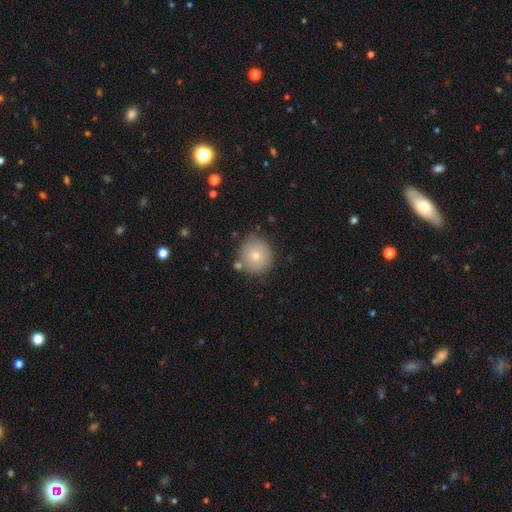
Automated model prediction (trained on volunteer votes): This appears to be a smooth galaxy with no disk features (75%) that is round (92%). Merging: none (77%).